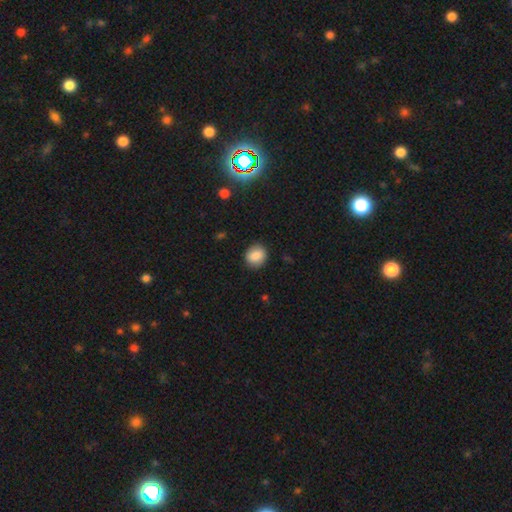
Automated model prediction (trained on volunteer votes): smooth_or_featured: smooth (p=0.86) [alt: star or artifact p=0.08]
how_rounded: round (p=0.76) [alt: in between p=0.23]
merging: none (p=0.87) [alt: minor disturbance p=0.09]